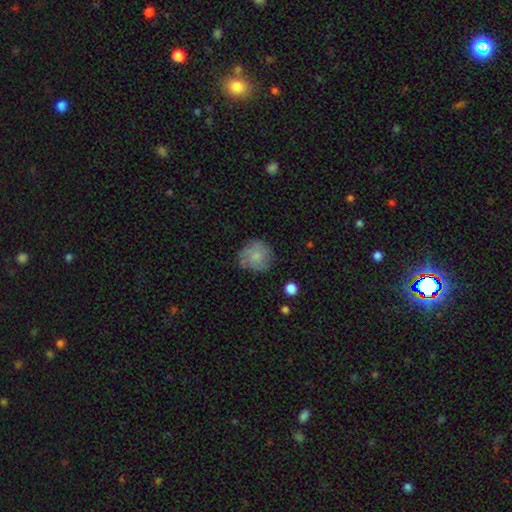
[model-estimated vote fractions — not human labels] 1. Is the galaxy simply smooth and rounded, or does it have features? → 56% smooth, 35% featured or disk, 8% star or artifact.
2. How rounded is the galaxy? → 88% round, 11% in between, 1% cigar-shaped.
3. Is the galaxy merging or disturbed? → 69% none, 22% minor disturbance, 7% major disturbance, 2% merger.